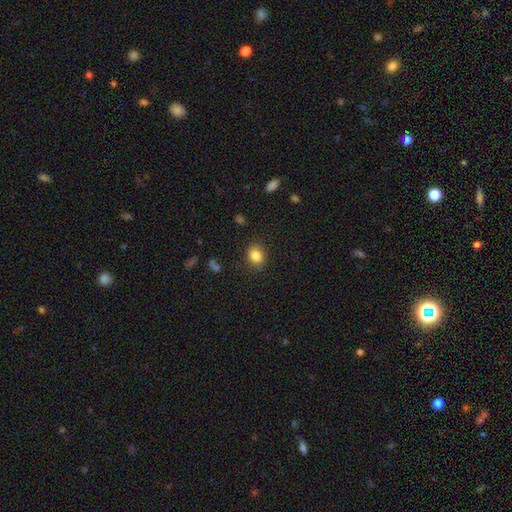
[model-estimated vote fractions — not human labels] Smooth or featured? smooth (84%)
How rounded? round (54%)
Merging? none (85%)